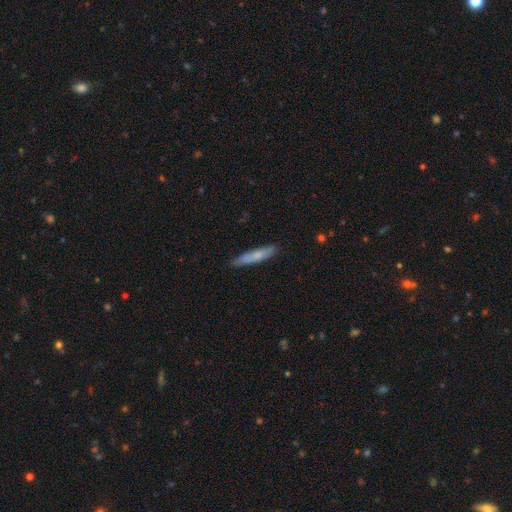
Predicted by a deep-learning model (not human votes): Overall: smooth (70%). How rounded: cigar-shaped (90%). Merging: none (84%).